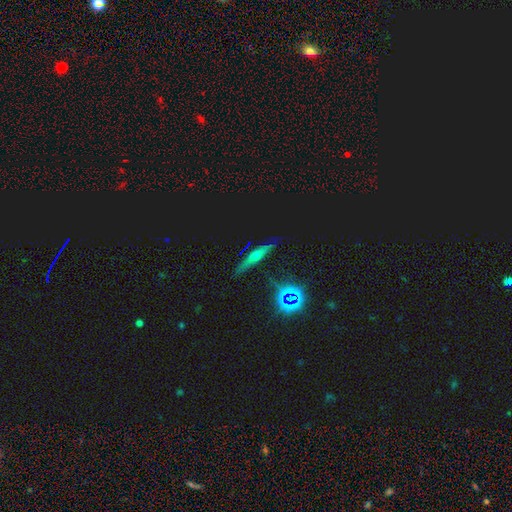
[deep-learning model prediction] The model was most divided on "smooth or featured": featured or disk: 41%, star or artifact: 30%, smooth: 29%. More confident: merging — none (82%).